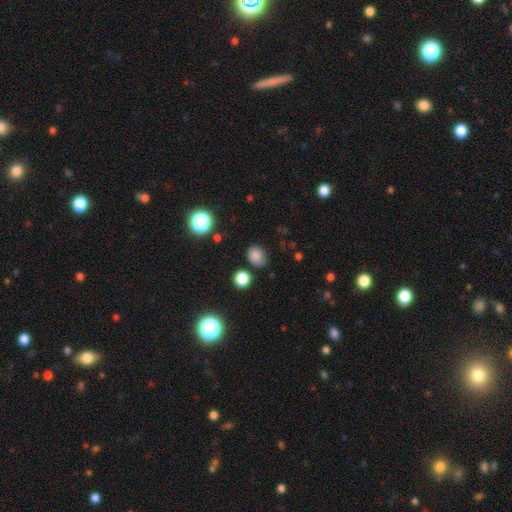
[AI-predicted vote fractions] This is clearly a smooth galaxy (81%). How rounded: possibly in between (53%). Merging: likely none (78%).